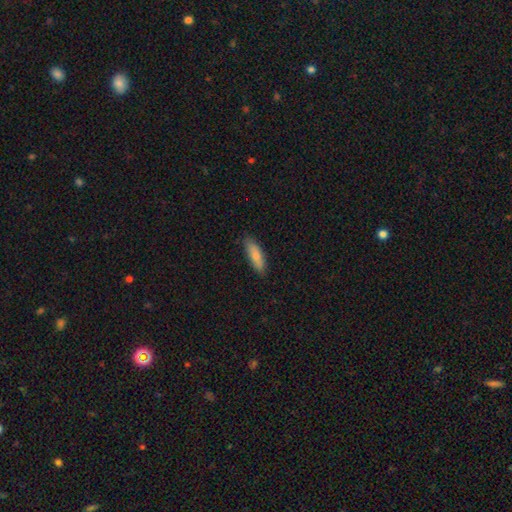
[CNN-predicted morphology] Overall: smooth (82%). How rounded: cigar-shaped (50%; in between 48%). Merging: none (84%).